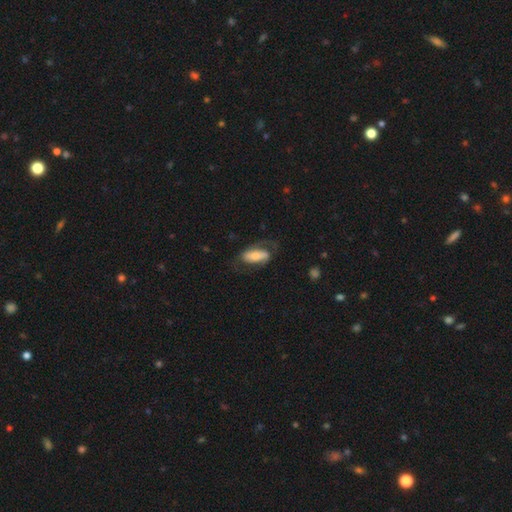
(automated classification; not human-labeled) Smooth or featured? Predicted: smooth (p=0.50). How rounded? Predicted: in between (p=0.80). Merging? Predicted: none (p=0.56).